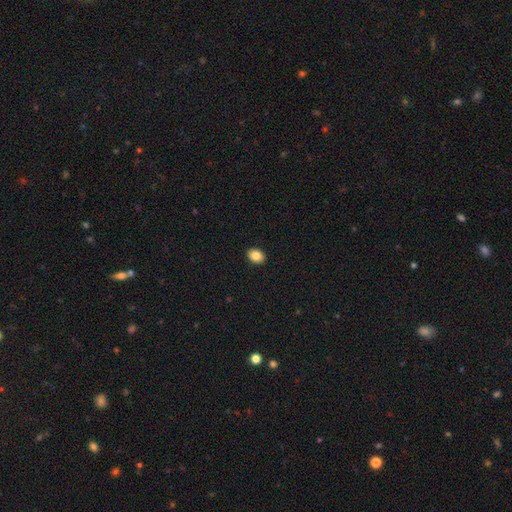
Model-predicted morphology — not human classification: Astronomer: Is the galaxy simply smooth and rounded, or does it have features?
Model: smooth — 86%.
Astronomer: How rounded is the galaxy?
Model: in between — 70%.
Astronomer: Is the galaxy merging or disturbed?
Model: none — 92%.